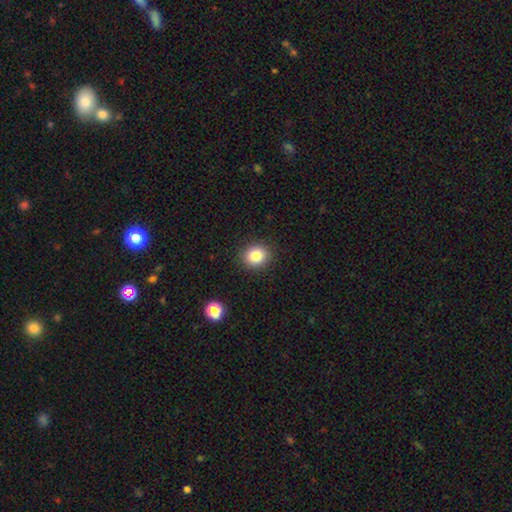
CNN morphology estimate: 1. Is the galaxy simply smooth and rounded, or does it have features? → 83% smooth, 11% star or artifact, 6% featured or disk.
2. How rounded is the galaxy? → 73% round, 27% in between, 1% cigar-shaped.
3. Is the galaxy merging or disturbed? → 90% none, 6% minor disturbance, 2% major disturbance, 1% merger.